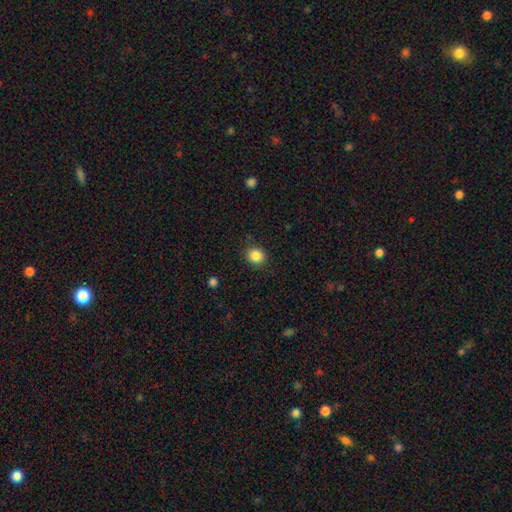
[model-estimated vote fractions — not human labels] The model was most divided on "how rounded": round: 83%, in between: 16%, cigar-shaped: 1%. More confident: merging — none (89%); smooth or featured — smooth (86%).